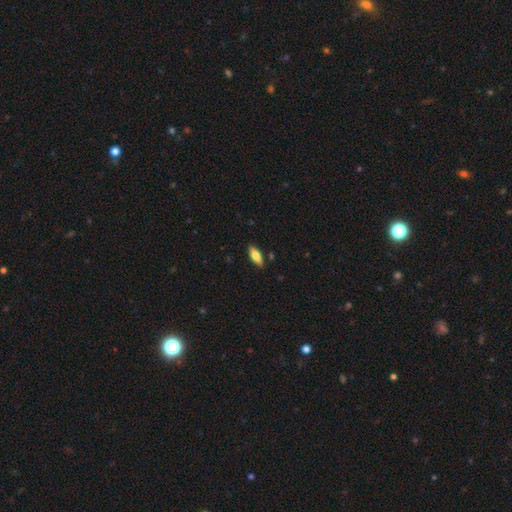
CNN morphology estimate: smooth_or_featured: smooth (p=0.75) [alt: featured or disk p=0.18]
how_rounded: in between (p=0.75) [alt: cigar-shaped p=0.23]
merging: none (p=0.87) [alt: minor disturbance p=0.09]